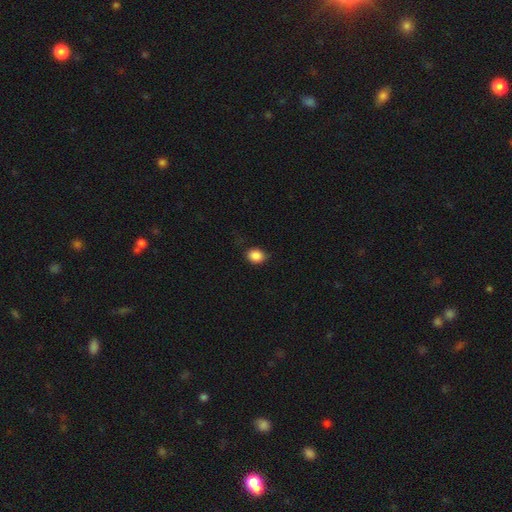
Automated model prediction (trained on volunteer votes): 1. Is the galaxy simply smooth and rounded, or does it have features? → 87% smooth, 9% star or artifact, 4% featured or disk.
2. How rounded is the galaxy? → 57% in between, 42% round, 1% cigar-shaped.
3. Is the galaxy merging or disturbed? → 80% none, 16% minor disturbance, 3% major disturbance, 1% merger.